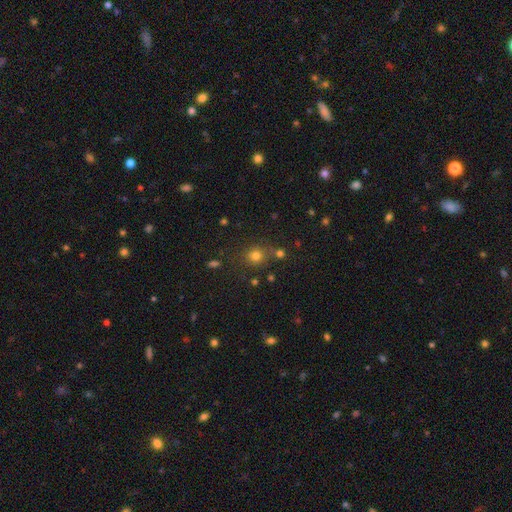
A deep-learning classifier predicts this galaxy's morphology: This is likely a smooth galaxy (75%). How rounded: clearly round (85%). Merging: likely none (74%).